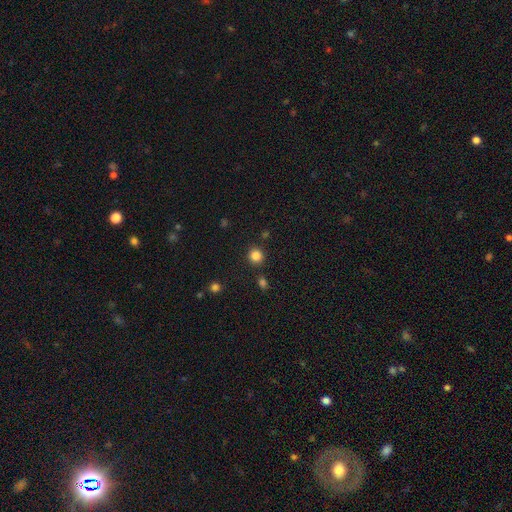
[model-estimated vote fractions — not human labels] Q: Smooth or featured?
A: smooth (84%); runner-up: star or artifact (12%)
Q: How rounded?
A: round (91%); runner-up: in between (8%)
Q: Merging?
A: none (87%); runner-up: minor disturbance (7%)